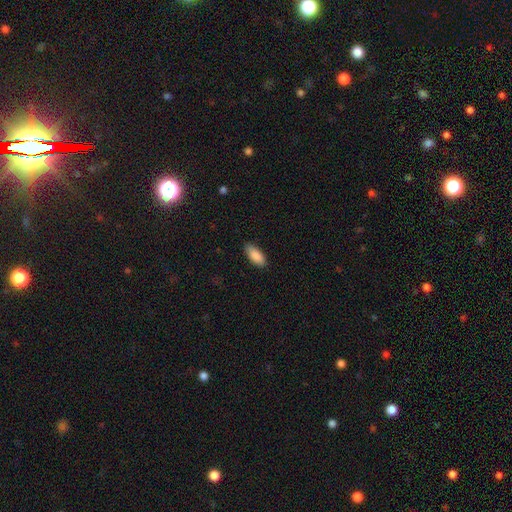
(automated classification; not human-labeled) The model was most divided on "how rounded": in between: 85%, cigar-shaped: 13%, round: 2%. More confident: smooth or featured — smooth (89%); merging — none (85%).